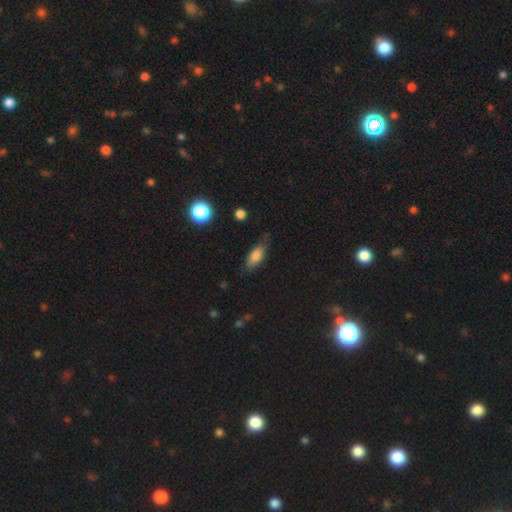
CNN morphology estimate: Overall: smooth (76%). How rounded: in between (76%). Merging: none (64%; minor disturbance 27%).